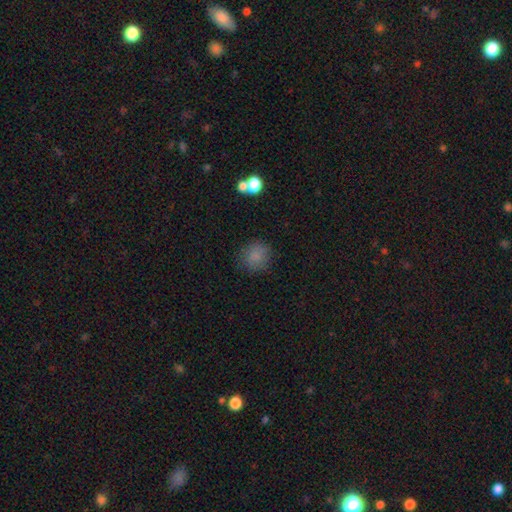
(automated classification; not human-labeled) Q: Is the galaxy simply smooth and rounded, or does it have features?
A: smooth — 82%.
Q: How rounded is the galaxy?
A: round — 85%.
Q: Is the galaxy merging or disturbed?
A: none — 82%.